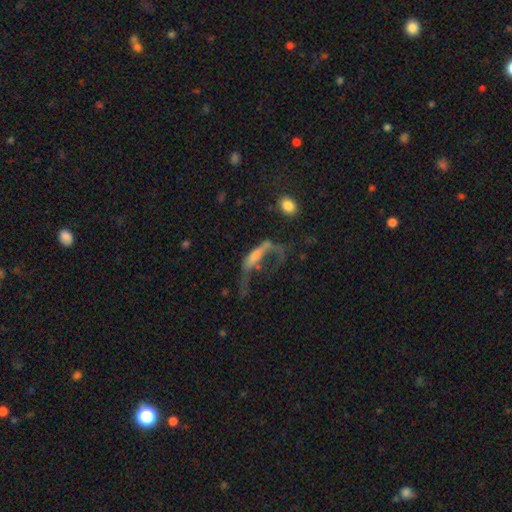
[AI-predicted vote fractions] A featured or disk galaxy (47%). Merging: major disturbance (60%).